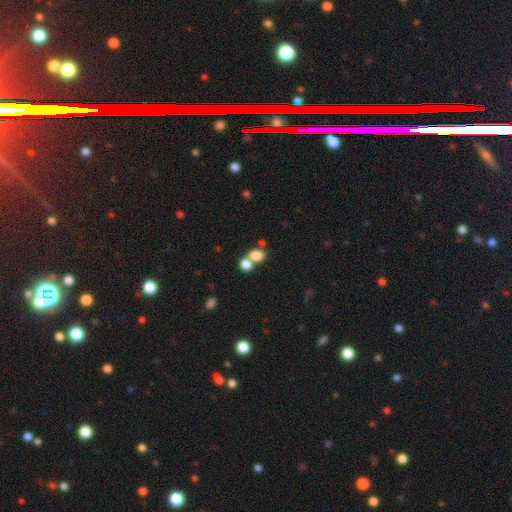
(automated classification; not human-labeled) Smooth or featured: smooth — 80% (star or artifact — 11%)
How rounded: in between — 49% (tied with round — 49%)
Merging: merger — 52% (none — 36%)